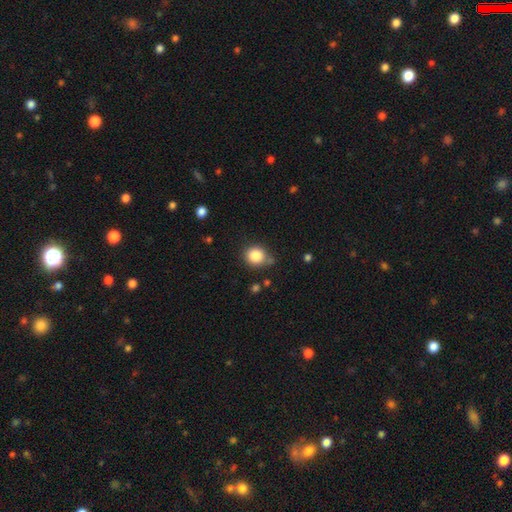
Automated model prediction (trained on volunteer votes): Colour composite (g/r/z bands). It shows a smooth galaxy with no disk features (84%) that is round (83%). Merging: none (73%).